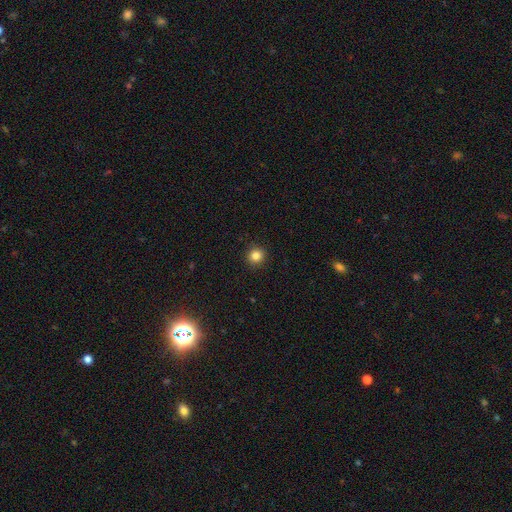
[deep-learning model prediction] Smooth or featured?
  - smooth: 84% *
  - star or artifact: 12%
  - featured or disk: 4%
How rounded?
  - round: 93% *
  - in between: 6%
  - cigar-shaped: 1%
Merging?
  - none: 92% *
  - minor disturbance: 5%
  - major disturbance: 2%
  - merger: 1%